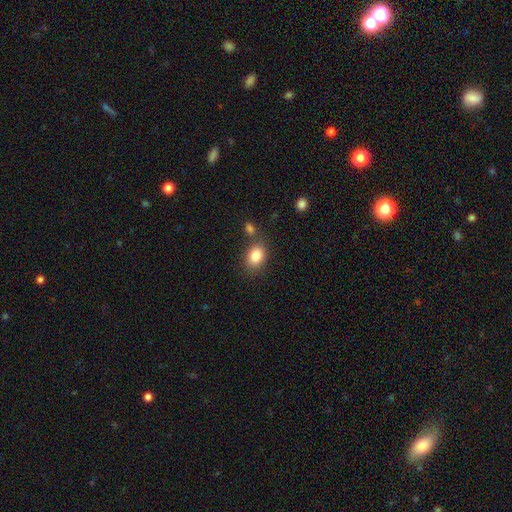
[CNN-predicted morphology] type=smooth (84%); roundness=in between (69%); merging=none (71%).